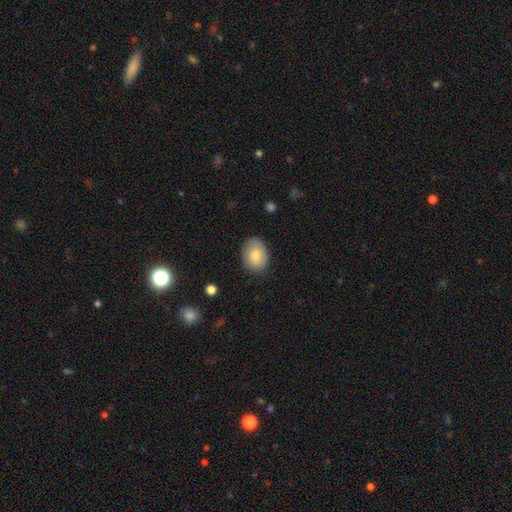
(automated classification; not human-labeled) This is likely a smooth galaxy (79%). How rounded: likely in between (69%). Merging: likely none (78%).